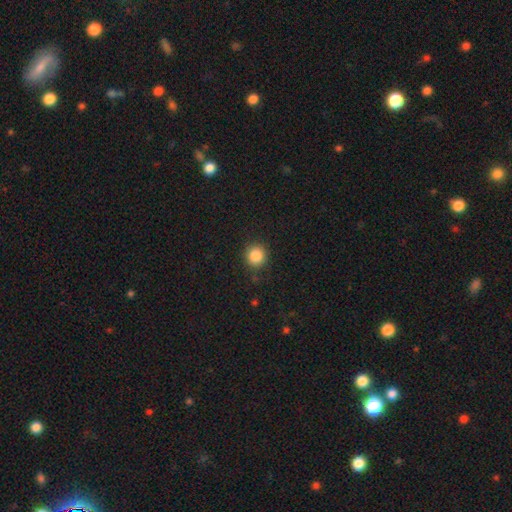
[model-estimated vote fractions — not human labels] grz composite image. It shows a smooth galaxy with no disk features (86%) that is round (93%). Merging: none (88%).